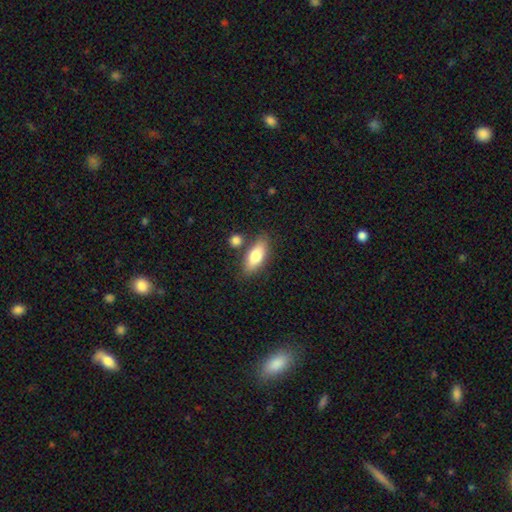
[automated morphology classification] A smooth galaxy with no disk features (78%) that is in between round and cigar-shaped (77%).

Vote fractions:
- Smooth or featured? smooth: 78% / featured or disk: 16% / star or artifact: 6%
- How rounded? in between: 77% / cigar-shaped: 20% / round: 3%
- Merging? none: 74% / minor disturbance: 13% / merger: 10% / major disturbance: 3%